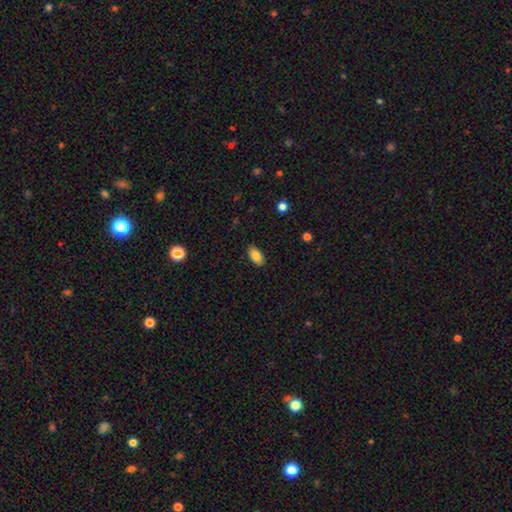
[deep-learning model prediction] smooth_or_featured: smooth (p=0.85) [alt: star or artifact p=0.08]
how_rounded: in between (p=0.93) [alt: cigar-shaped p=0.04]
merging: none (p=0.88) [alt: minor disturbance p=0.09]